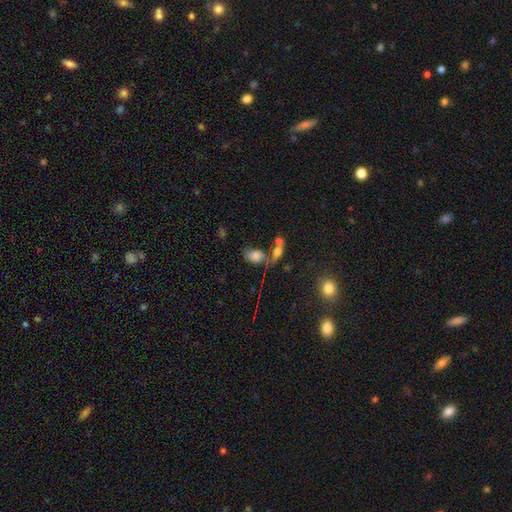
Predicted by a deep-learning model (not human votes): Q: Smooth or featured?
A: smooth (68%); runner-up: featured or disk (17%)
Q: How rounded?
A: in between (80%); runner-up: round (17%)
Q: Merging?
A: merger (38%); runner-up: none (32%)